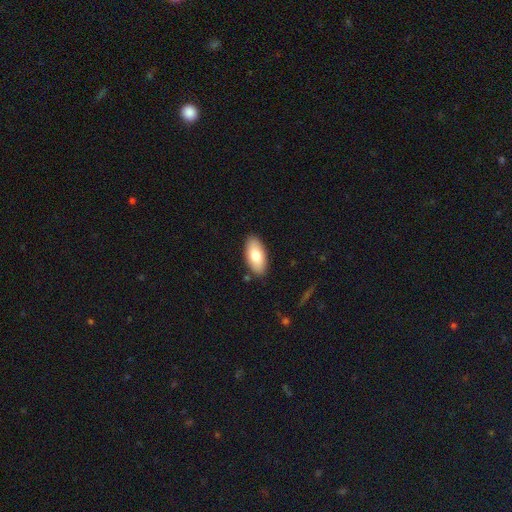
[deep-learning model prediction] smooth 77%, featured or disk 17%, star or artifact 6%. Down the decision tree: how rounded — in between (92%); merging — none (87%).